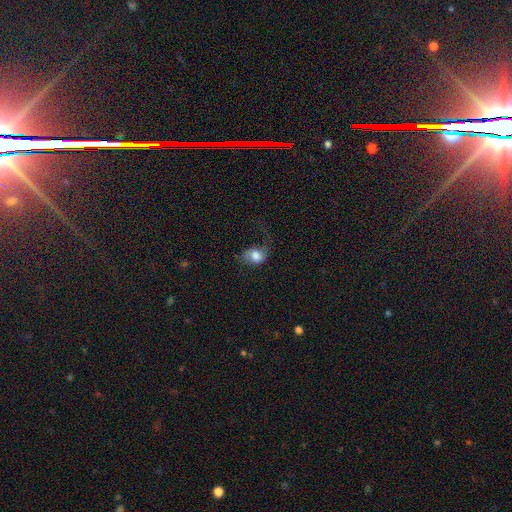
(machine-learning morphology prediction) This appears to be a smooth galaxy with no disk features (64%) that is in between round and cigar-shaped (58%). Merging: major disturbance (39%).